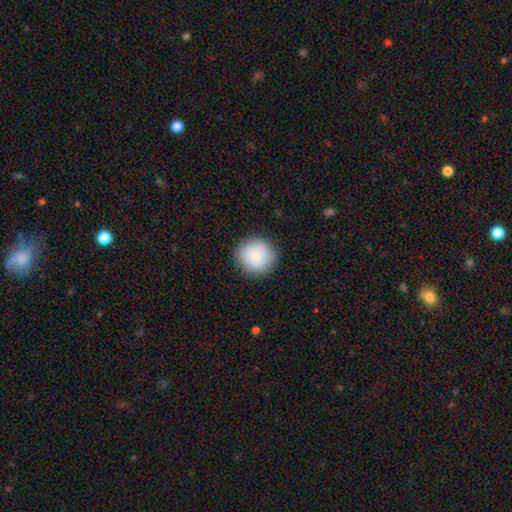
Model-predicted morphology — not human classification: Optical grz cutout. It shows a smooth galaxy with no disk features (79%) that is round (94%). Merging: none (87%).